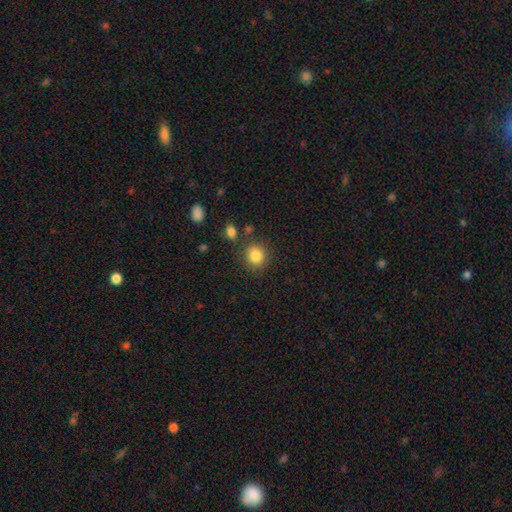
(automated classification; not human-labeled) smooth_or_featured: smooth (p=0.85) [alt: star or artifact p=0.10]
how_rounded: round (p=0.84) [alt: in between p=0.15]
merging: none (p=0.82) [alt: minor disturbance p=0.10]